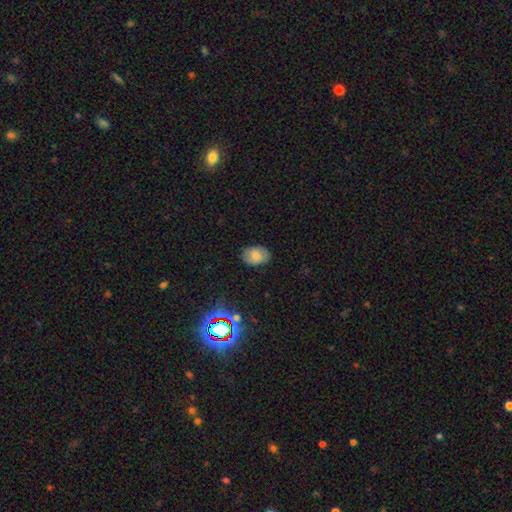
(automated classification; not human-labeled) Smooth or featured? Predicted: smooth (p=0.74). How rounded? Predicted: in between (p=0.77). Merging? Predicted: none (p=0.81).